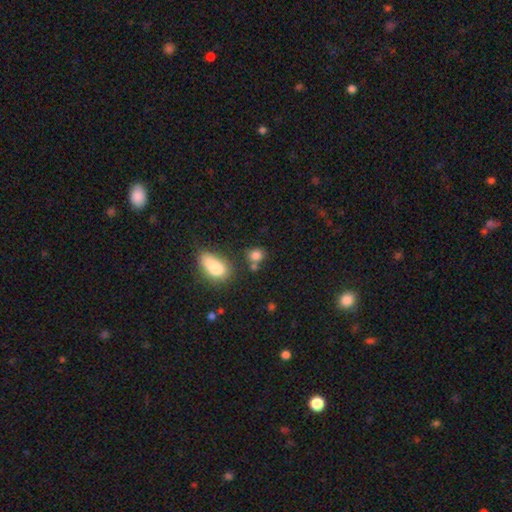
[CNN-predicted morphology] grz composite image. It shows a smooth galaxy with no disk features (81%) that is round (60%). Merging: none (55%).